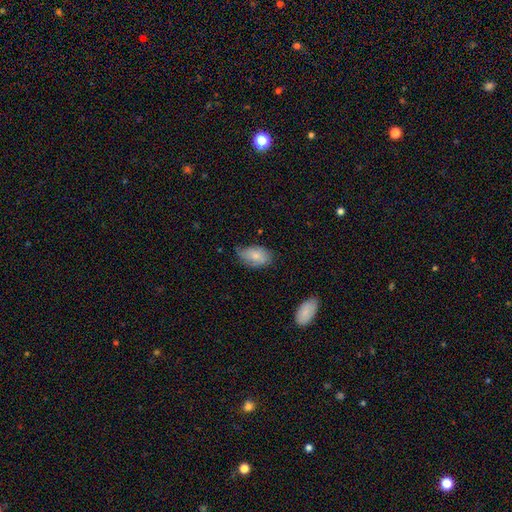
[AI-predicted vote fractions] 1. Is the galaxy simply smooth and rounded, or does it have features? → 70% smooth, 23% featured or disk, 7% star or artifact.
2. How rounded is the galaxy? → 91% in between, 7% round, 2% cigar-shaped.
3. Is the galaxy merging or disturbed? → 48% none, 39% minor disturbance, 11% major disturbance, 2% merger.